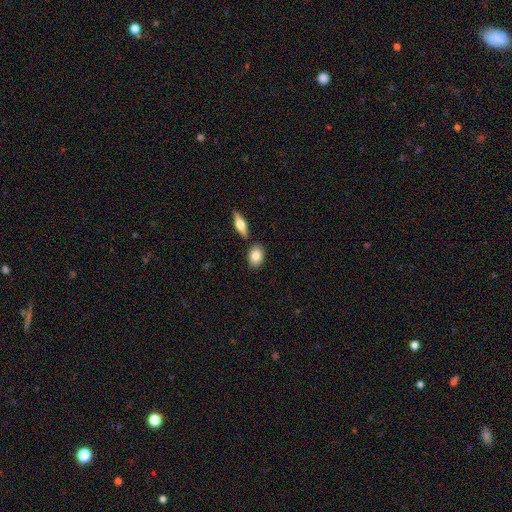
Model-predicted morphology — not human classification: A smooth galaxy with no disk features (82%) that is in between round and cigar-shaped (82%). Merging: none (79%).